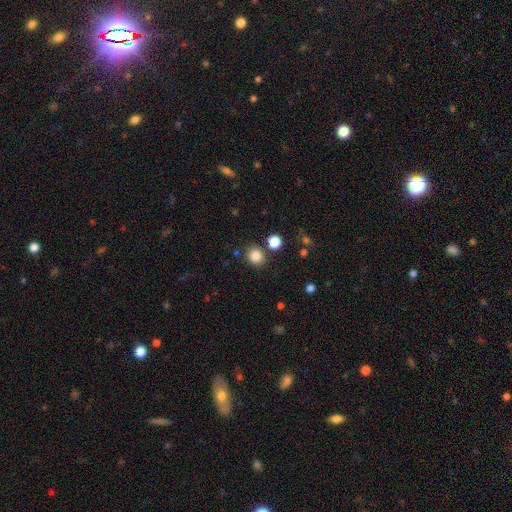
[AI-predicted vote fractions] A smooth galaxy with no disk features (83%) that is round (79%). Merging: none (83%).